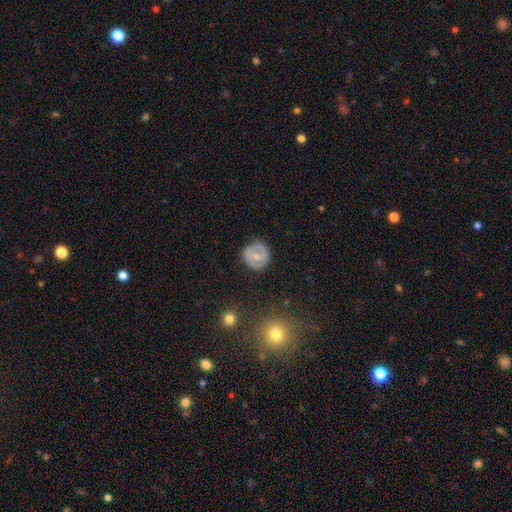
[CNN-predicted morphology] This is possibly a smooth galaxy (53%). How rounded: clearly round (90%). Merging: clearly none (83%).